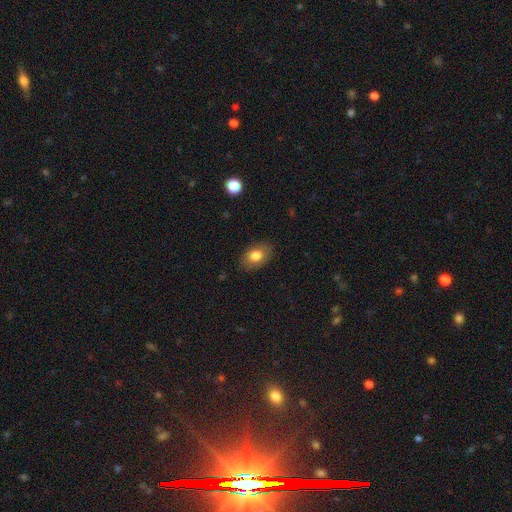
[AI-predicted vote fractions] Smooth or featured? Predicted: smooth (p=0.80). How rounded? Predicted: in between (p=0.83). Merging? Predicted: none (p=0.85).